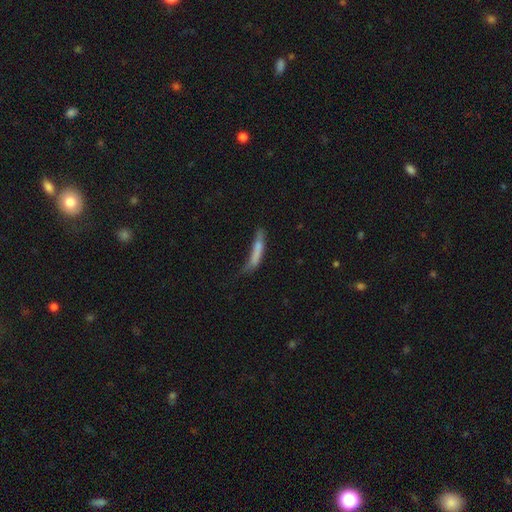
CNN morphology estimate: smooth-or-featured: smooth: 64% | featured or disk: 27% | star or artifact: 9%
  how-rounded: cigar-shaped: 88% | in between: 10% | round: 2%
  merging: none: 39% | minor disturbance: 31% | major disturbance: 24% | merger: 7%